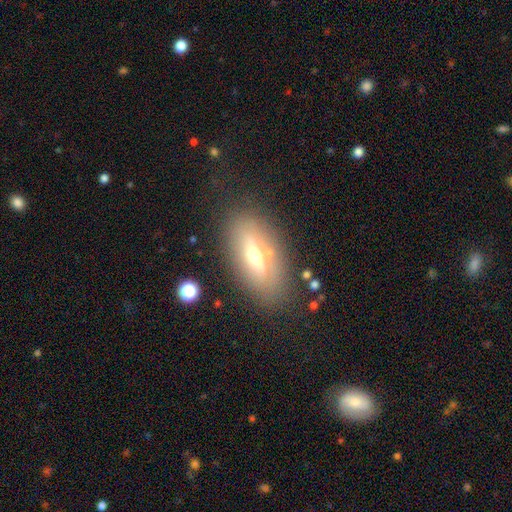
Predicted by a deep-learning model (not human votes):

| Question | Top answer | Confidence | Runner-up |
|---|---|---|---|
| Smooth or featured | smooth | 47% | featured or disk (42%) |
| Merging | none | 78% | minor disturbance (13%) |